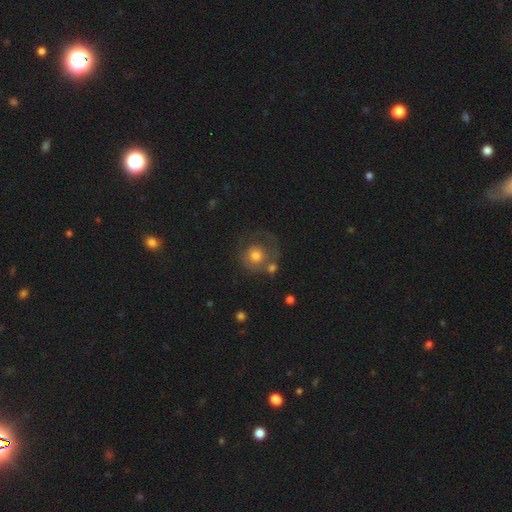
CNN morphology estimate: Smooth or featured? Predicted: smooth (p=0.58). How rounded? Predicted: round (p=0.88). Merging? Predicted: none (p=0.44).